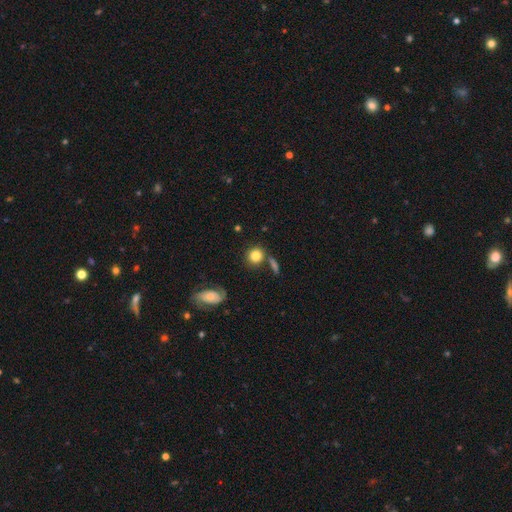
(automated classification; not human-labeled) This appears to be a smooth galaxy with no disk features (82%) that is round (83%). Merging: none (70%).